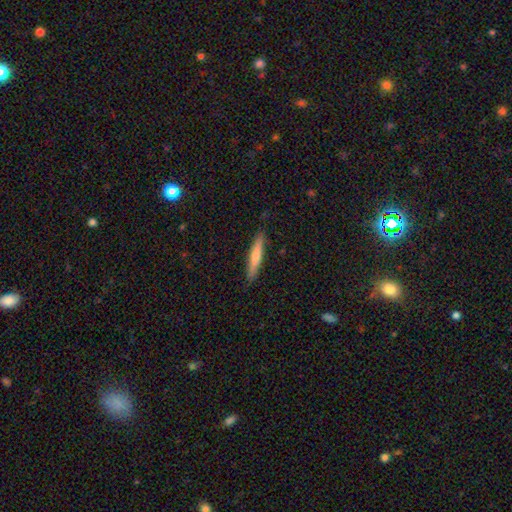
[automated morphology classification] Overall: smooth (55%; featured or disk 38%). How rounded: cigar-shaped (93%). Merging: none (89%).